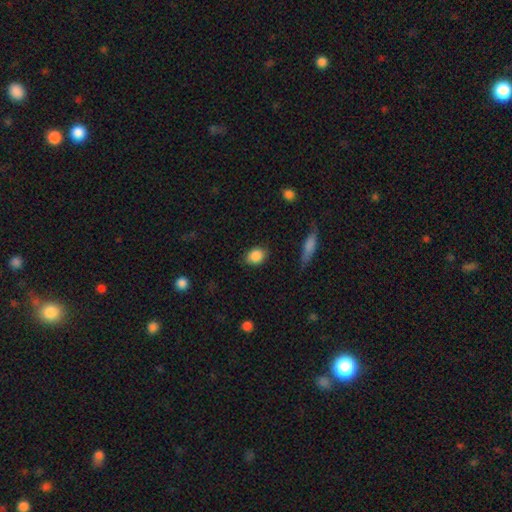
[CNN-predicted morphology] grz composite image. It shows a smooth galaxy with no disk features (87%) that is in between round and cigar-shaped (55%). Merging: none (82%).